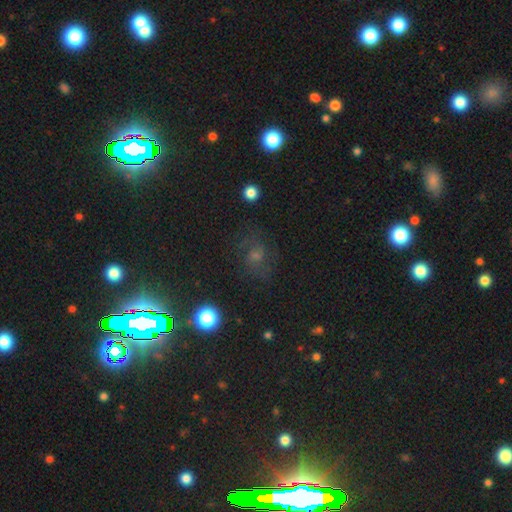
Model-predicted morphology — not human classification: Smooth or featured? star or artifact (37%)